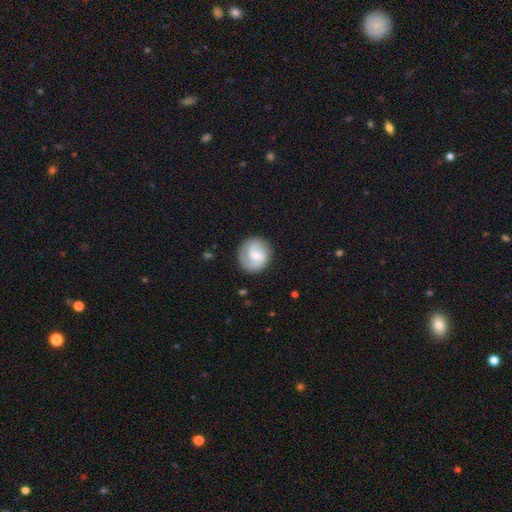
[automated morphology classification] Smooth or featured: featured or disk — 67% (smooth — 27%)
Edge-on disk: no — 98% (yes — 2%)
Bar: weak — 46% (no — 45%)
Spiral arms: yes — 91% (no — 9%)
Spiral winding: medium — 43% (tight — 39%)
Spiral arm count: 2 — 72% (can't tell — 12%)
Bulge size: small — 55% (moderate — 39%)
Merging: none — 80% (minor disturbance — 14%)